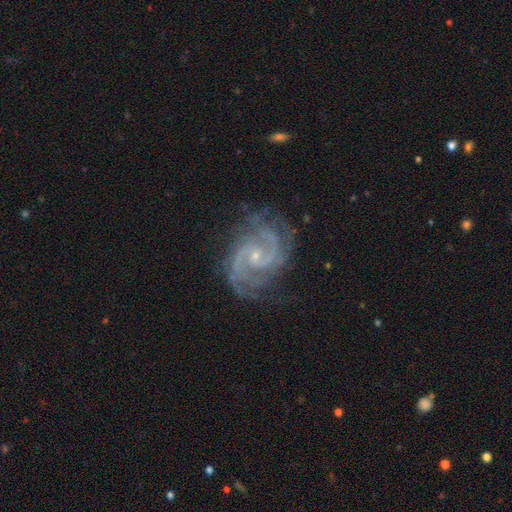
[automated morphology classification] The model was most divided on "spiral winding": medium: 51%, tight: 41%, loose: 8%. More confident: spiral arms — yes (99%); edge-on disk — no (98%); smooth or featured — featured or disk (92%); bulge size — small (76%); merging — none (74%); spiral arm count — 2 (73%); bar — no (51%).